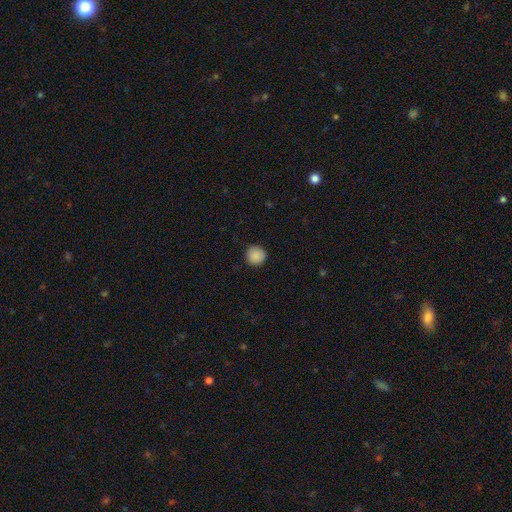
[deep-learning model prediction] The model was most divided on "smooth or featured": smooth: 88%, star or artifact: 9%, featured or disk: 3%. More confident: how rounded — round (93%); merging — none (89%).